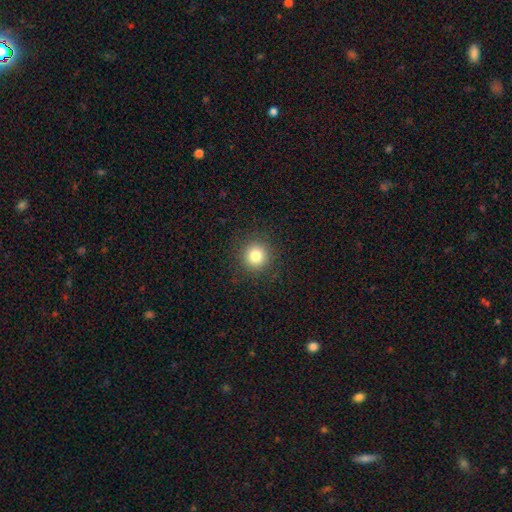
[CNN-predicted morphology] type=smooth (81%); roundness=round (94%); merging=none (91%).